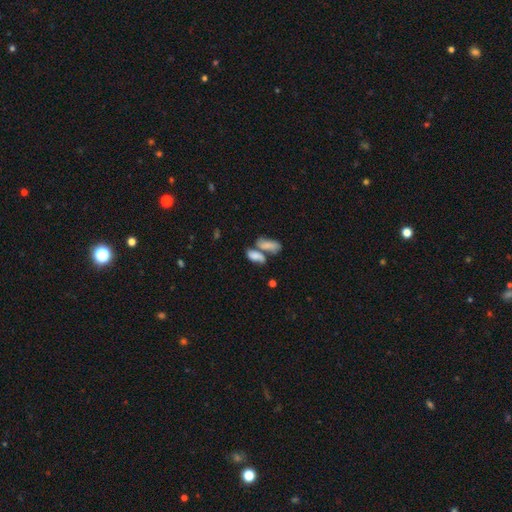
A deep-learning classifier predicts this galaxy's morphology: Q: Smooth or featured?
A: smooth (70%); runner-up: featured or disk (20%)
Q: How rounded?
A: in between (84%); runner-up: cigar-shaped (11%)
Q: Merging?
A: merger (57%); runner-up: none (25%)